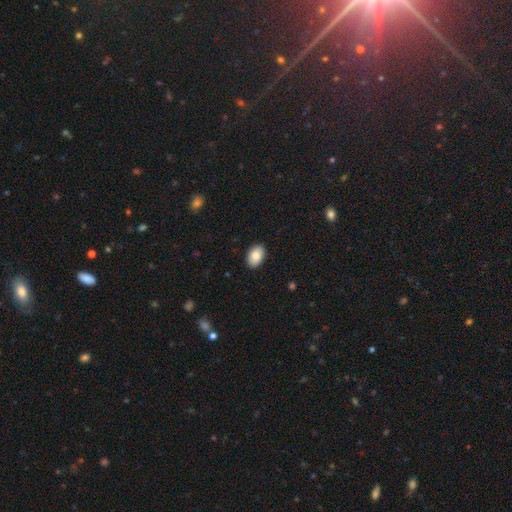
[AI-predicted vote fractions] smooth-or-featured: smooth: 86% | star or artifact: 7% | featured or disk: 7%
  how-rounded: in between: 89% | round: 10% | cigar-shaped: 1%
  merging: none: 89% | minor disturbance: 8% | major disturbance: 2% | merger: 1%